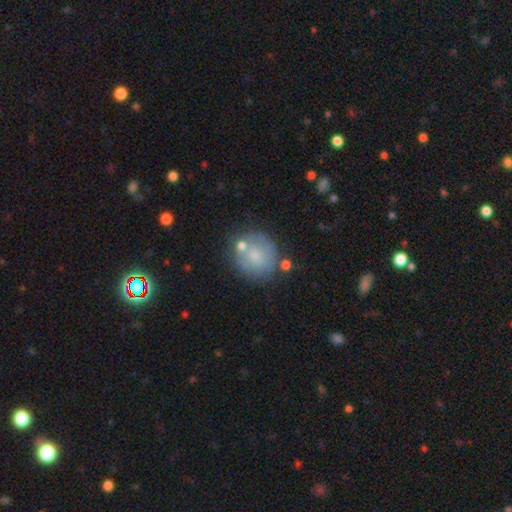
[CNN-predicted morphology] smooth_or_featured: smooth (p=0.64) [alt: featured or disk p=0.27]
how_rounded: round (p=0.84) [alt: in between p=0.15]
merging: none (p=0.63) [alt: minor disturbance p=0.19]